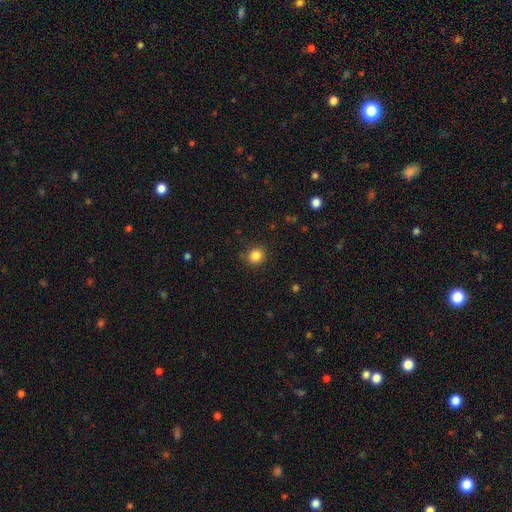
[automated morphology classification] Smooth or featured: smooth — 85% (star or artifact — 11%)
How rounded: round — 85% (in between — 14%)
Merging: none — 85% (minor disturbance — 10%)